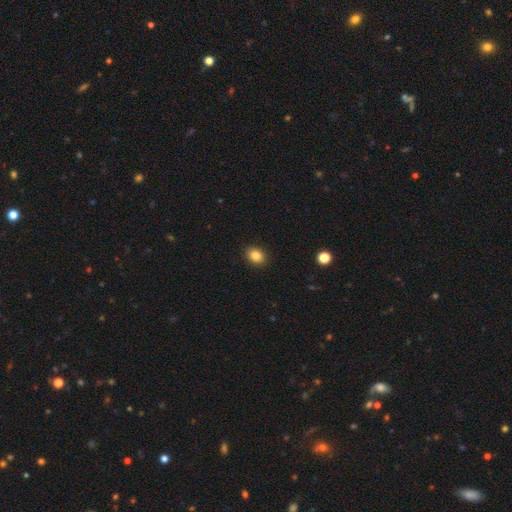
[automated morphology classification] type=smooth (85%); roundness=in between (56%); merging=none (90%).